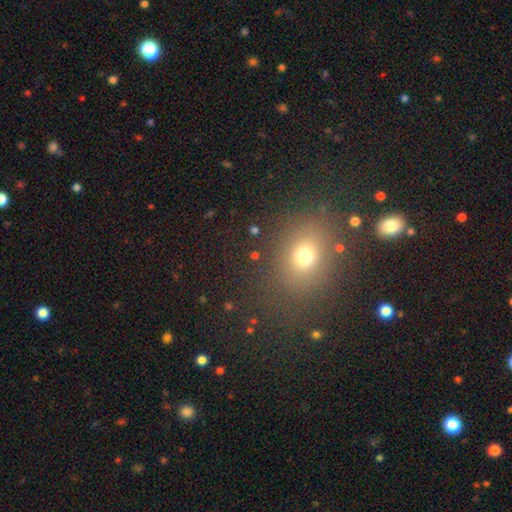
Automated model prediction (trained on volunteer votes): smooth 66%, star or artifact 25%, featured or disk 9%. Down the decision tree: how rounded — round (56%); merging — none (83%).